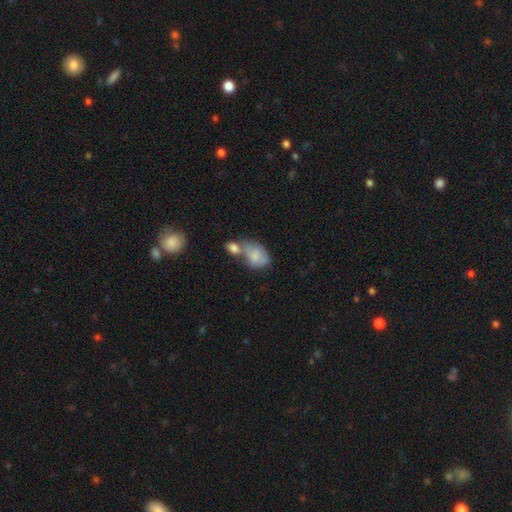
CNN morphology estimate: Smooth or featured?
  - smooth: 74% *
  - featured or disk: 19%
  - star or artifact: 7%
How rounded?
  - in between: 79% *
  - round: 20%
  - cigar-shaped: 1%
Merging?
  - merger: 53% *
  - none: 21%
  - minor disturbance: 16%
  - major disturbance: 10%